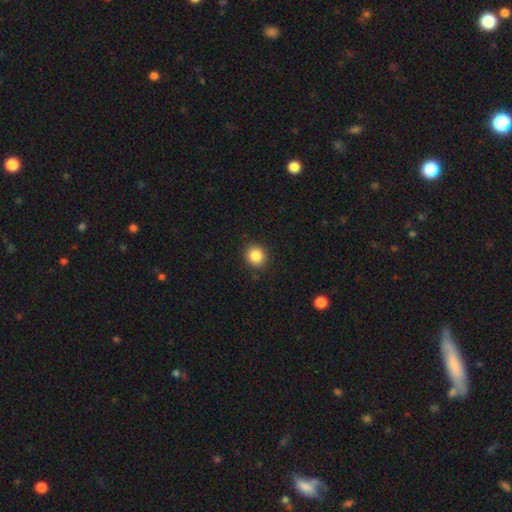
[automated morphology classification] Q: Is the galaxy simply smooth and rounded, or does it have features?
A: smooth — 86%.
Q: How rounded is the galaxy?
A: round — 86%.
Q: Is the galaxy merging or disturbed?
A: none — 90%.